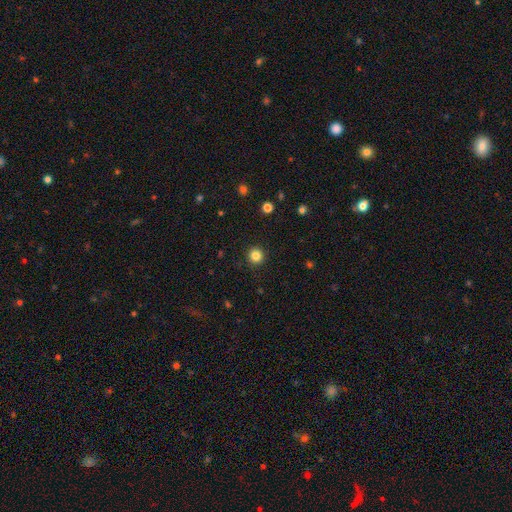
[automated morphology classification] type=smooth (84%); roundness=round (95%); merging=none (92%).